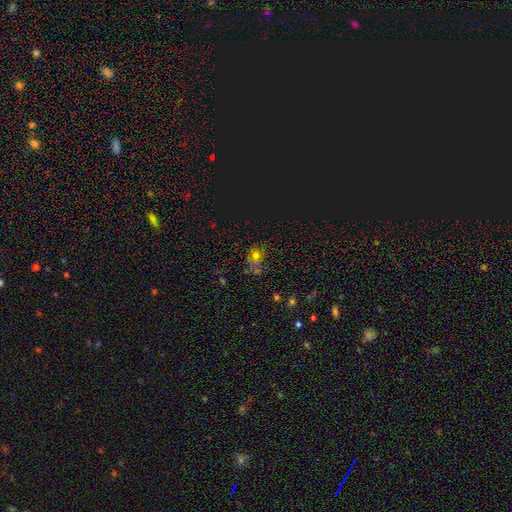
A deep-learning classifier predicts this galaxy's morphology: Overall: smooth (49%; star or artifact 39%). Merging: none (47%; merger 20%).